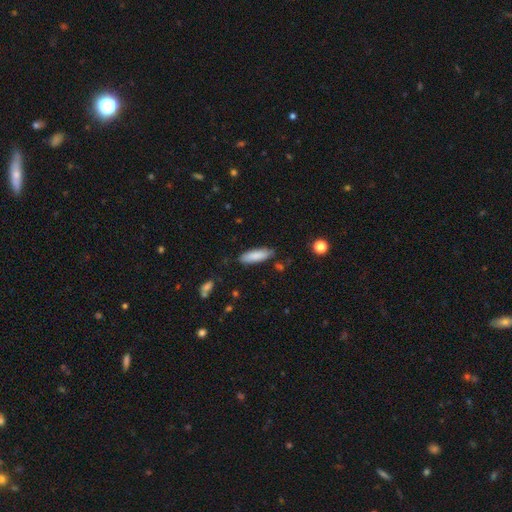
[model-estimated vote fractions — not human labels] A smooth galaxy with no disk features (86%) that is cigar-shaped (51%). Merging: none (82%).